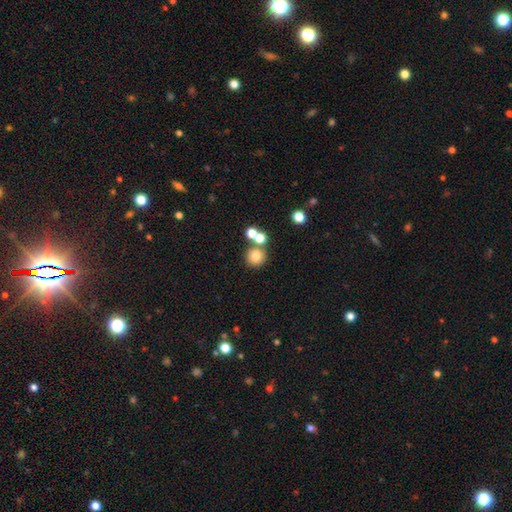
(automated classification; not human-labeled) This is likely a smooth galaxy (76%). How rounded: clearly round (91%). Merging: likely none (63%).